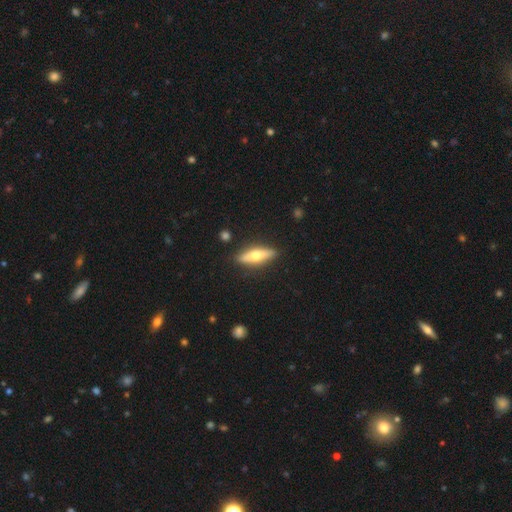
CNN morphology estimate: smooth-or-featured: featured or disk: 51% | smooth: 44% | star or artifact: 6%
  disk-edge-on: yes: 87% | no: 13%
  merging: none: 87% | minor disturbance: 9% | major disturbance: 2% | merger: 2%